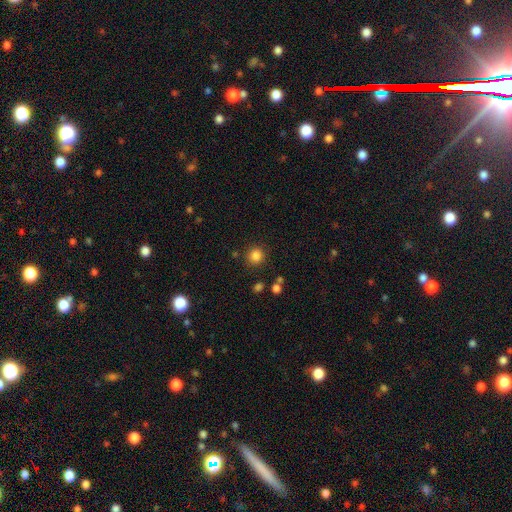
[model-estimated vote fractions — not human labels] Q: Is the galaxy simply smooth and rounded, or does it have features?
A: smooth — 84%.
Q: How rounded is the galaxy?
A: round — 91%.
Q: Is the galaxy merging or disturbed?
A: none — 86%.